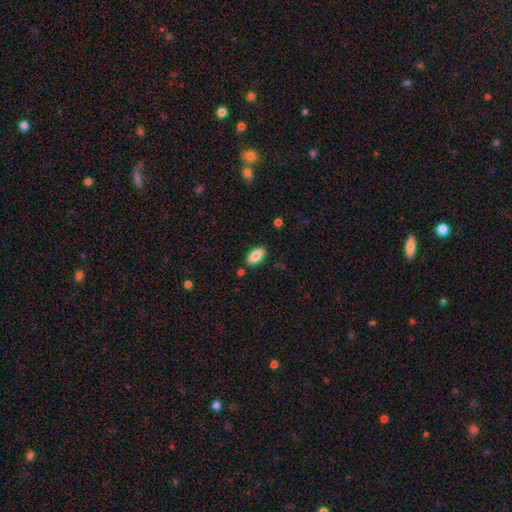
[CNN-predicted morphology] Q: Smooth or featured?
A: smooth (82%); runner-up: featured or disk (11%)
Q: How rounded?
A: in between (90%); runner-up: cigar-shaped (8%)
Q: Merging?
A: none (86%); runner-up: minor disturbance (10%)